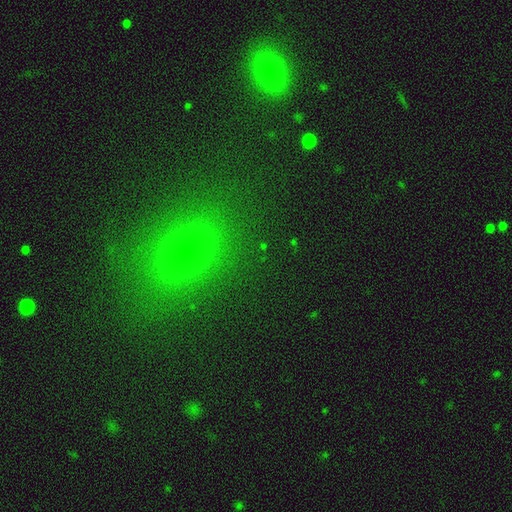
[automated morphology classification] Overall: smooth (50%; star or artifact 38%). Merging: none (85%).